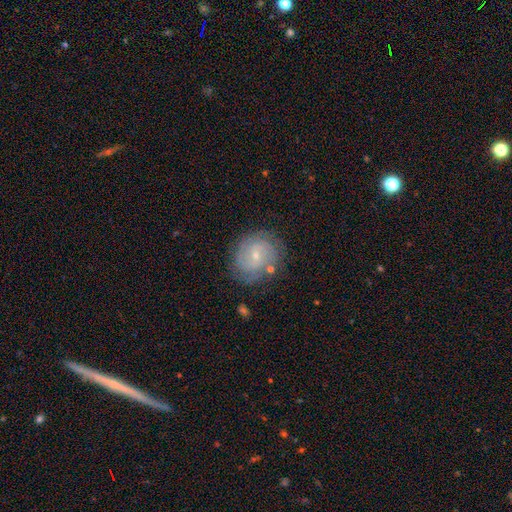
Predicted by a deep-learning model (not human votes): This is likely a featured or disk galaxy (68%). It is clearly not viewed edge-on (97%). Bar: possibly no (57%). Spiral arm pattern: clearly yes (89%). Spiral arm count: marginally can't tell (37%). Spiral winding: likely tight (63%). Central bulge: likely small (75%). Merging: likely none (76%).